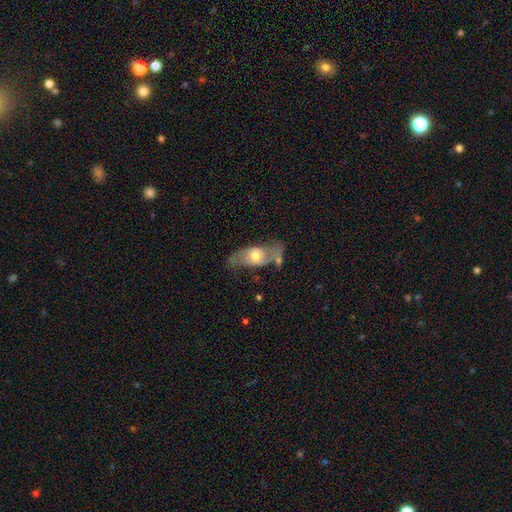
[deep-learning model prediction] Smooth or featured: featured or disk — 55% (smooth — 39%)
Edge-on disk: no — 79% (yes — 21%)
Merging: none — 53% (minor disturbance — 24%)